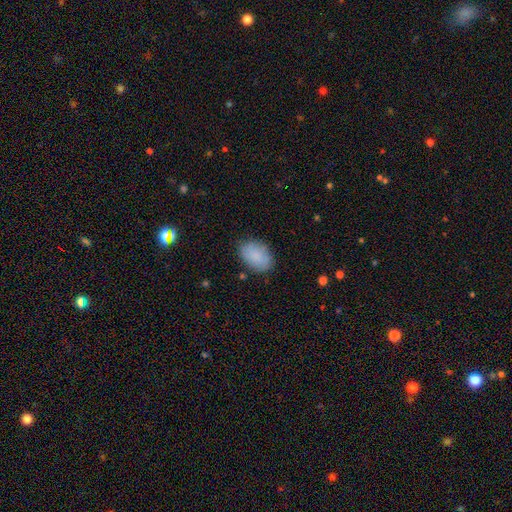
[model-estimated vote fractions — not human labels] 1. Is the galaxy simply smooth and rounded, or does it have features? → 87% smooth, 7% star or artifact, 6% featured or disk.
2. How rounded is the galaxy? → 87% in between, 12% round, 1% cigar-shaped.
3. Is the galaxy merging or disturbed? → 81% none, 14% minor disturbance, 3% major disturbance, 1% merger.